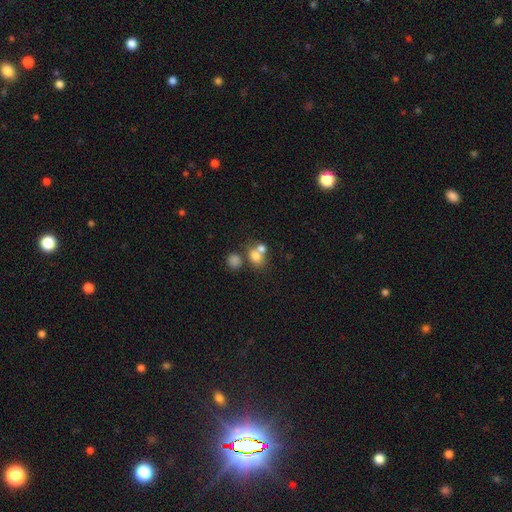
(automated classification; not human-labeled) Smooth or featured? Predicted: smooth (p=0.73). How rounded? Predicted: round (p=0.63). Merging? Predicted: merger (p=0.49).